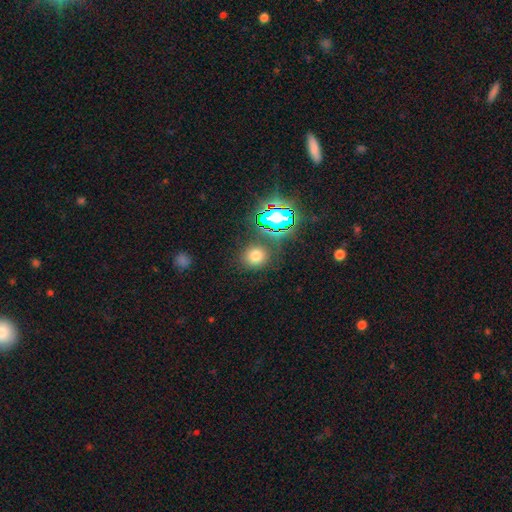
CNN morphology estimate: Smooth or featured? Predicted: smooth (p=0.68). How rounded? Predicted: round (p=0.81). Merging? Predicted: none (p=0.83).